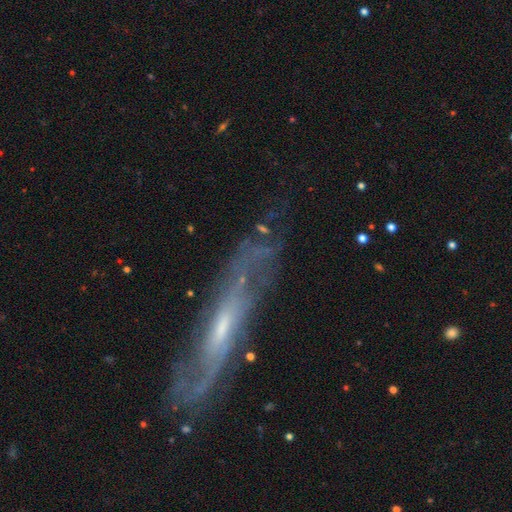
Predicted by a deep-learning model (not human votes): smooth_or_featured: featured or disk (p=0.78) [alt: smooth p=0.14]
disk_edge_on: no (p=0.60) [alt: yes p=0.40]
merging: none (p=0.69) [alt: minor disturbance p=0.18]